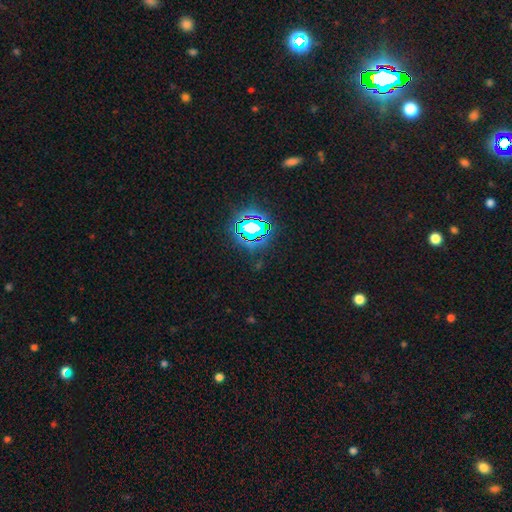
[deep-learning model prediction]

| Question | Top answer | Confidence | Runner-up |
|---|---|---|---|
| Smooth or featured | star or artifact | 82% | smooth (11%) |